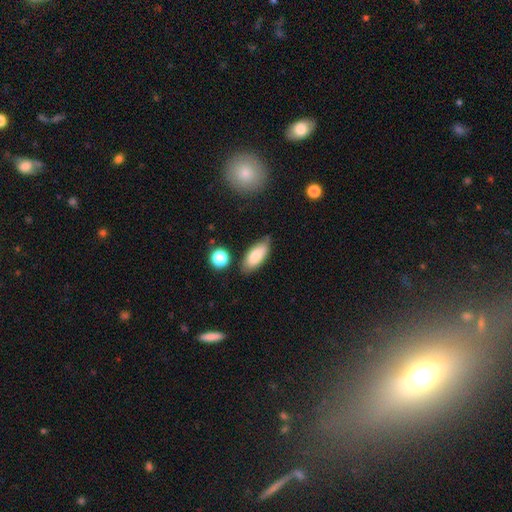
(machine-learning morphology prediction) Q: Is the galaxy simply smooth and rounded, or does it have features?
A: smooth — 81%.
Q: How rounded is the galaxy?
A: in between — 83%.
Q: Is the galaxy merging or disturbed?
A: none — 76%.